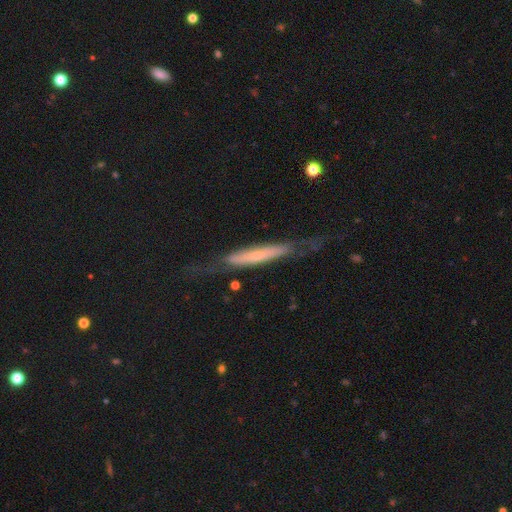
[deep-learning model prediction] Morphology: type=featured or disk (55%); edge-on=yes (76%); merging=none (62%).